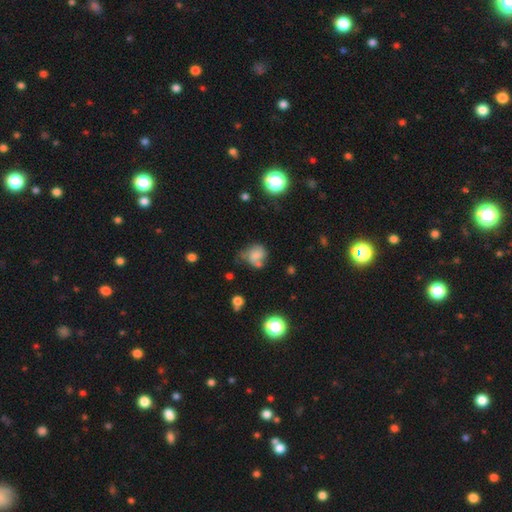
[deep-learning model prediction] Q: Smooth or featured?
A: smooth (55%); runner-up: featured or disk (31%)
Q: How rounded?
A: round (60%); runner-up: in between (39%)
Q: Merging?
A: none (35%); runner-up: minor disturbance (28%)